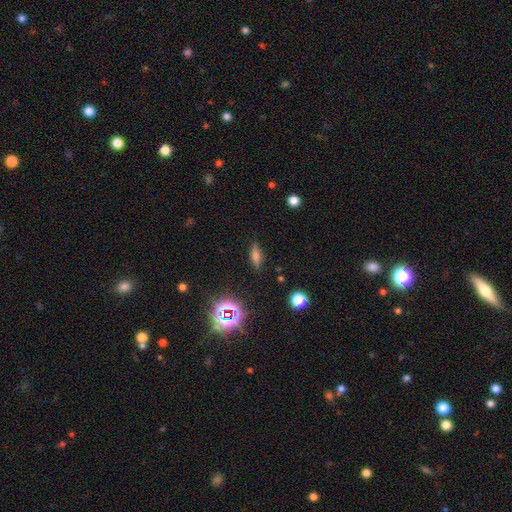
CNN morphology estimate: Q: Smooth or featured?
A: smooth (62%); runner-up: featured or disk (20%)
Q: How rounded?
A: in between (58%); runner-up: cigar-shaped (35%)
Q: Merging?
A: none (84%); runner-up: minor disturbance (11%)